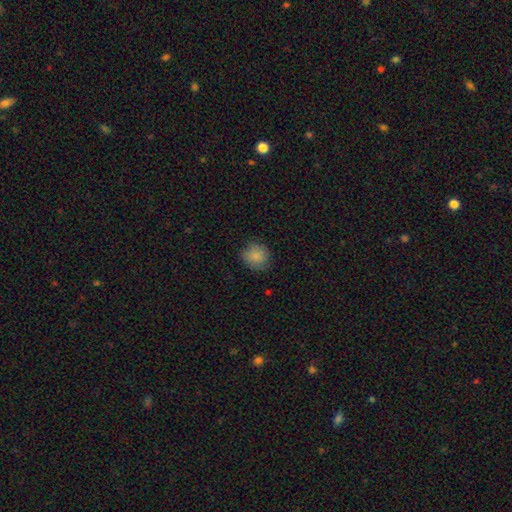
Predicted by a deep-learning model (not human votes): Smooth or featured? Predicted: smooth (p=0.86). How rounded? Predicted: round (p=0.86). Merging? Predicted: none (p=0.83).